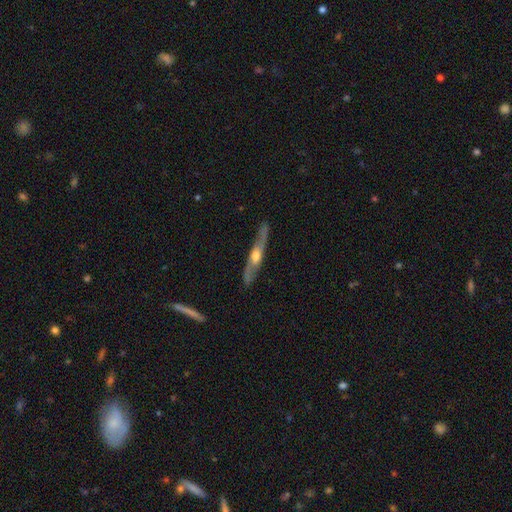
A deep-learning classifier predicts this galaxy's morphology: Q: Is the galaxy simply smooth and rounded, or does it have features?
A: featured or disk — 68%.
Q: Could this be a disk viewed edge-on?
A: yes — 82%.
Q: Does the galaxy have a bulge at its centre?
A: rounded — 85%.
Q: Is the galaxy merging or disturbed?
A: none — 84%.